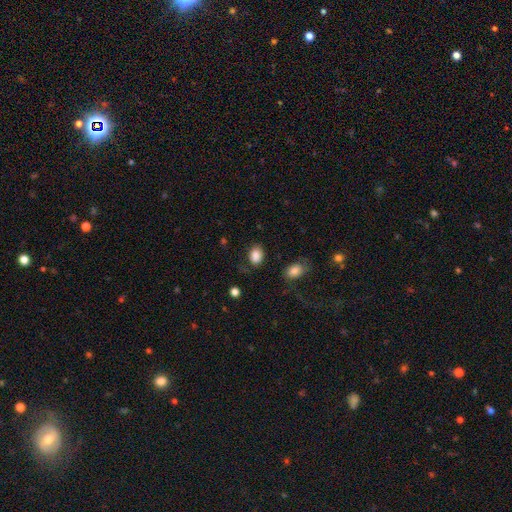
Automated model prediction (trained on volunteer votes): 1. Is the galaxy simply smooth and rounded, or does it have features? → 86% smooth, 9% star or artifact, 5% featured or disk.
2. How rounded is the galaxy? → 74% in between, 25% round, 1% cigar-shaped.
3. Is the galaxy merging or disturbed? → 74% none, 18% minor disturbance, 6% major disturbance, 2% merger.